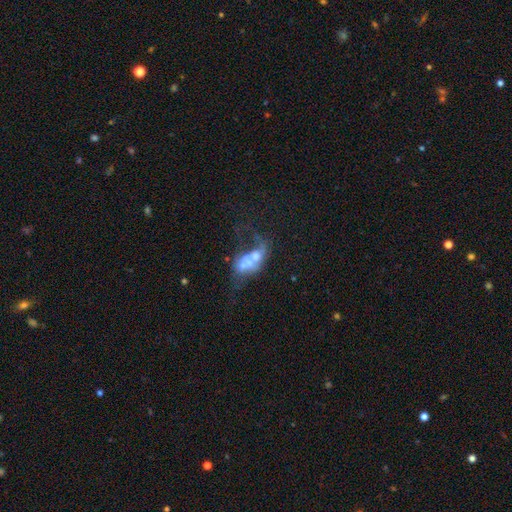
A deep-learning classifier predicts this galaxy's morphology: Q: Smooth or featured?
A: featured or disk (52%); runner-up: smooth (36%)
Q: Edge-on disk?
A: no (96%); runner-up: yes (4%)
Q: Merging?
A: merger (61%); runner-up: major disturbance (20%)